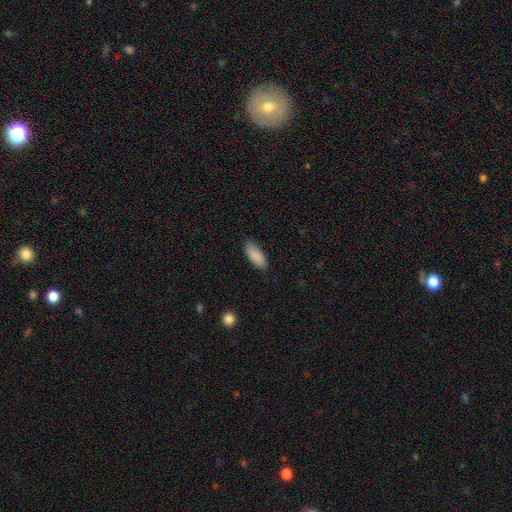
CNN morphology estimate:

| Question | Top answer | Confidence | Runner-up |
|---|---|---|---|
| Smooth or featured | smooth | 89% | star or artifact (6%) |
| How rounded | in between | 83% | cigar-shaped (15%) |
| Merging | none | 82% | minor disturbance (15%) |